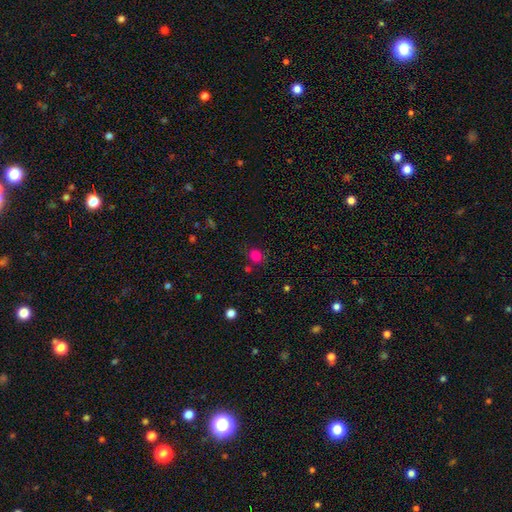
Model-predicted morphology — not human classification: This is likely a smooth galaxy (78%). How rounded: likely round (70%). Merging: likely none (78%).